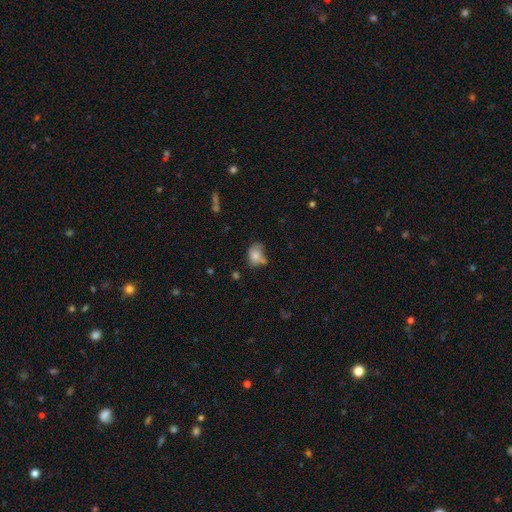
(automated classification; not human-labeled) A smooth galaxy with no disk features (74%) that is in between round and cigar-shaped (63%). Merging: none (42%).